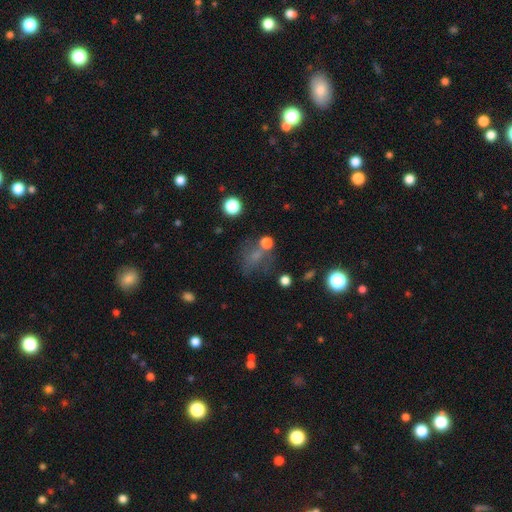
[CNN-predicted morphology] A smooth galaxy with no disk features (52%) that is round (53%).

Vote fractions:
- Smooth or featured? smooth: 52% / star or artifact: 26% / featured or disk: 22%
- How rounded? round: 53% / in between: 44% / cigar-shaped: 2%
- Merging? none: 46% / major disturbance: 21% / minor disturbance: 19% / merger: 15%